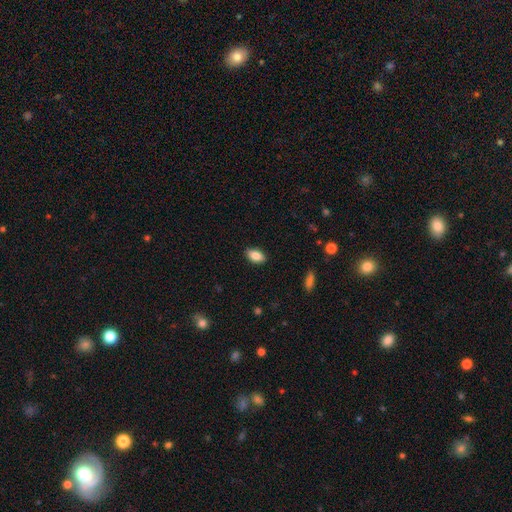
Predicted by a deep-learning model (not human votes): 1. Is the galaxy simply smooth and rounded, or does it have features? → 86% smooth, 8% star or artifact, 7% featured or disk.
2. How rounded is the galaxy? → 91% in between, 5% round, 4% cigar-shaped.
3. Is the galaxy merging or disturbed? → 88% none, 9% minor disturbance, 2% major disturbance, 1% merger.